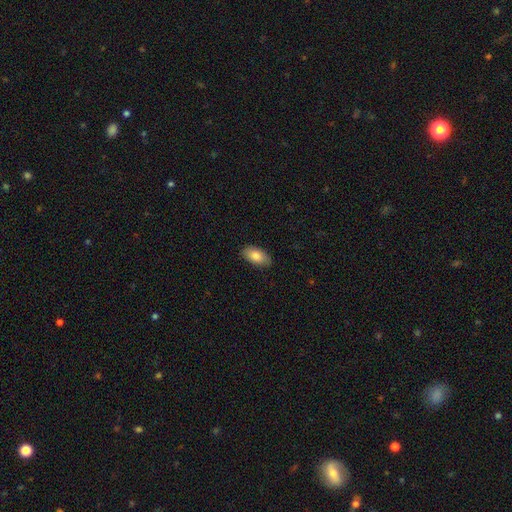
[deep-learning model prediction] Smooth or featured? Predicted: smooth (p=0.85). How rounded? Predicted: in between (p=0.94). Merging? Predicted: none (p=0.86).